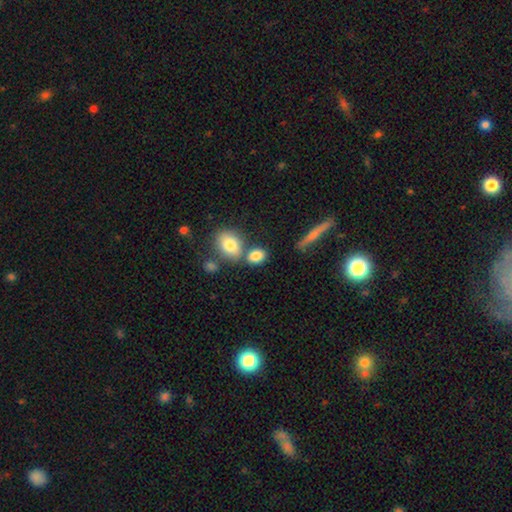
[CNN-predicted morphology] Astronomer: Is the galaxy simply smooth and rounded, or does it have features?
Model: smooth — 83%.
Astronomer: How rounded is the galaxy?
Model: in between — 66%.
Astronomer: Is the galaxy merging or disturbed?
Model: none — 56%.